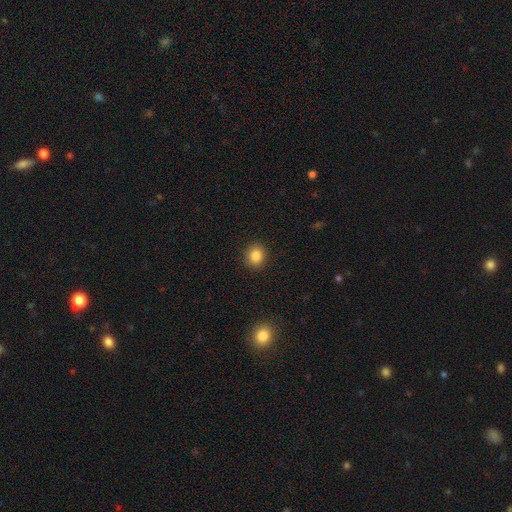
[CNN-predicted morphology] smooth 85%, star or artifact 11%, featured or disk 5%. Down the decision tree: how rounded — round (74%); merging — none (91%).